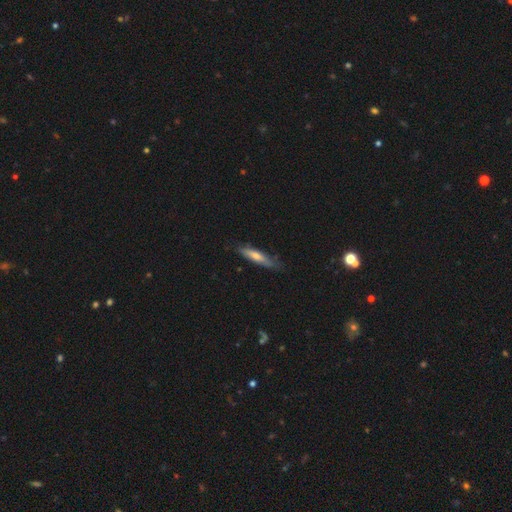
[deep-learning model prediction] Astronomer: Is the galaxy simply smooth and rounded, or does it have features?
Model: smooth — 51% (runner-up: featured or disk, 42%).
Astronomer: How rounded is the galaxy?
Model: cigar-shaped — 85%.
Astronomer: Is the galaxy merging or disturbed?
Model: none — 76%.